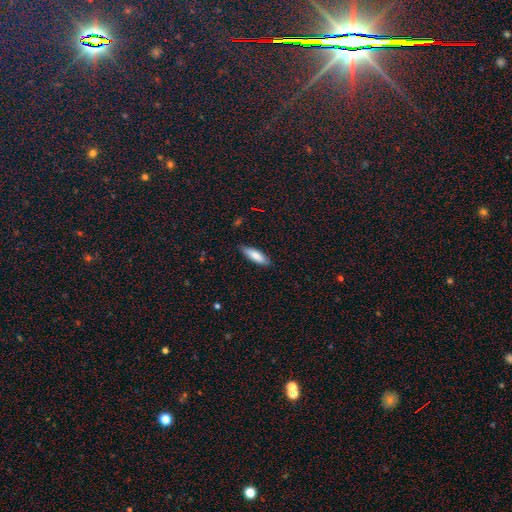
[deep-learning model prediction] A smooth galaxy with no disk features (81%) that is cigar-shaped (55%).

Vote fractions:
- Smooth or featured? smooth: 81% / featured or disk: 13% / star or artifact: 6%
- How rounded? cigar-shaped: 55% / in between: 44% / round: 1%
- Merging? none: 85% / minor disturbance: 12% / major disturbance: 2% / merger: 1%